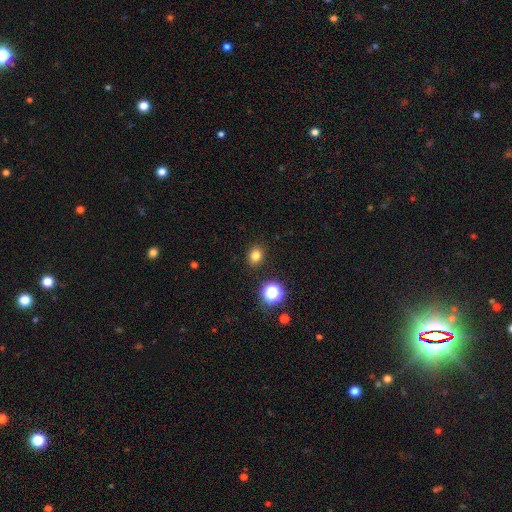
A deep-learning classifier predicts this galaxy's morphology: The model was most divided on "how rounded": round: 52%, in between: 47%, cigar-shaped: 1%. More confident: merging — none (88%); smooth or featured — smooth (79%).